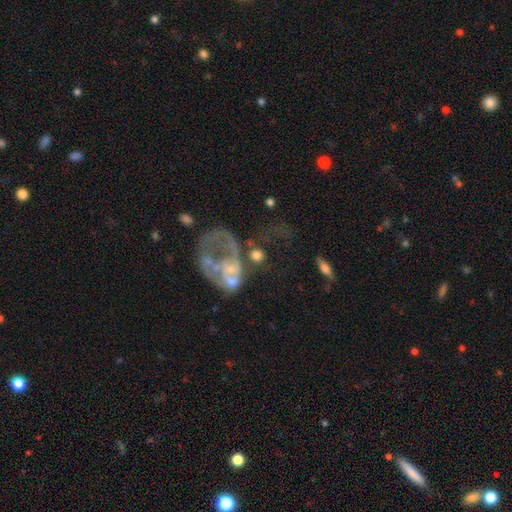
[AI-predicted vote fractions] Smooth or featured: featured or disk — 64% (smooth — 20%)
Edge-on disk: no — 98% (yes — 2%)
Bar: no — 90% (weak — 8%)
Spiral arms: no — 82% (yes — 18%)
Bulge size: none — 65% (small — 18%)
Merging: major disturbance — 41% (merger — 29%)